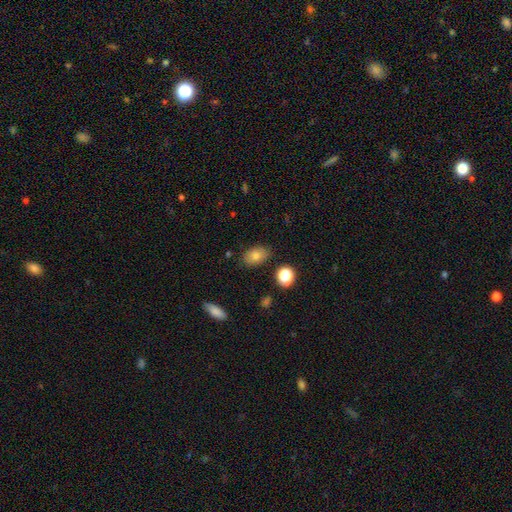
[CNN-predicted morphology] Smooth or featured? smooth (79%)
How rounded? in between (85%)
Merging? none (82%)